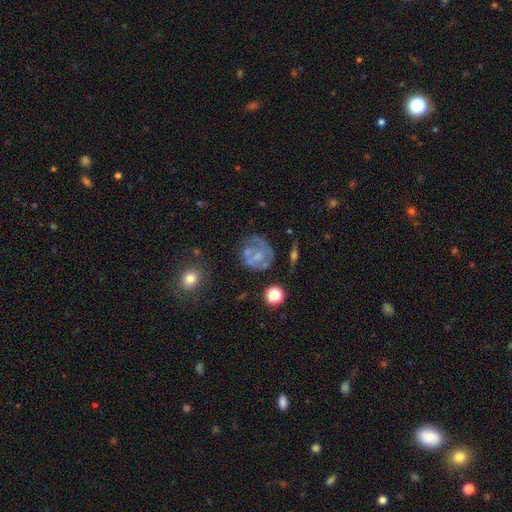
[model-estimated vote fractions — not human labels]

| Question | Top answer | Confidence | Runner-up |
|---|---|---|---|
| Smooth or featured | featured or disk | 58% | smooth (32%) |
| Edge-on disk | no | 98% | yes (2%) |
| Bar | no | 84% | weak (13%) |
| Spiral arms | no | 63% | yes (37%) |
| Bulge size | none | 44% | small (26%) |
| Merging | none | 47% | major disturbance (22%) |